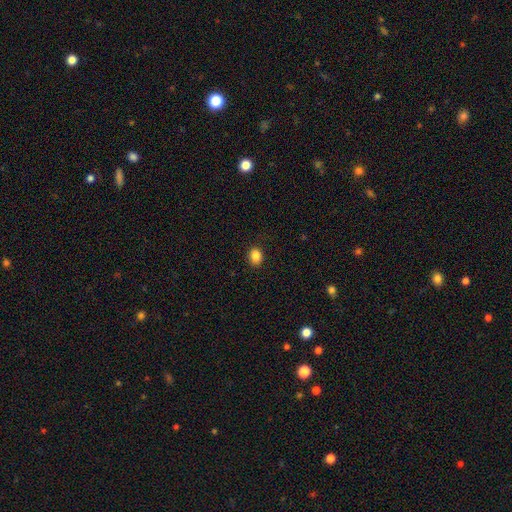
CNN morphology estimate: type=smooth (86%); roundness=round (52%); merging=none (87%).